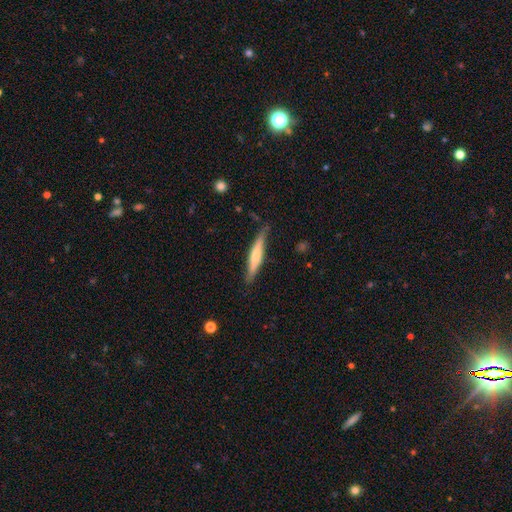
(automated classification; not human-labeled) Q: Smooth or featured?
A: smooth (49%); runner-up: featured or disk (45%)
Q: Merging?
A: none (81%); runner-up: minor disturbance (14%)